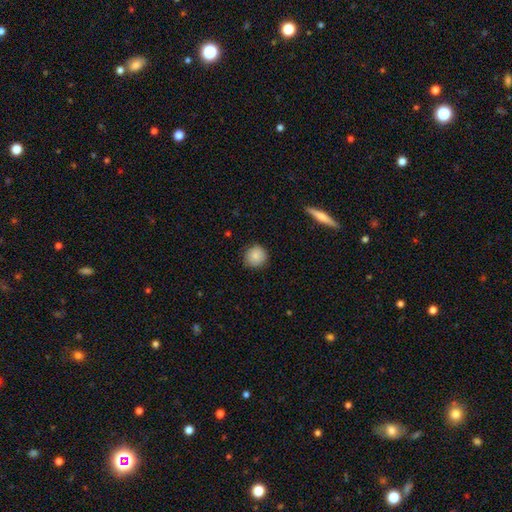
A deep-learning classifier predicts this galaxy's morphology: smooth_or_featured: smooth (p=0.86) [alt: star or artifact p=0.08]
how_rounded: round (p=0.92) [alt: in between p=0.07]
merging: none (p=0.88) [alt: minor disturbance p=0.09]